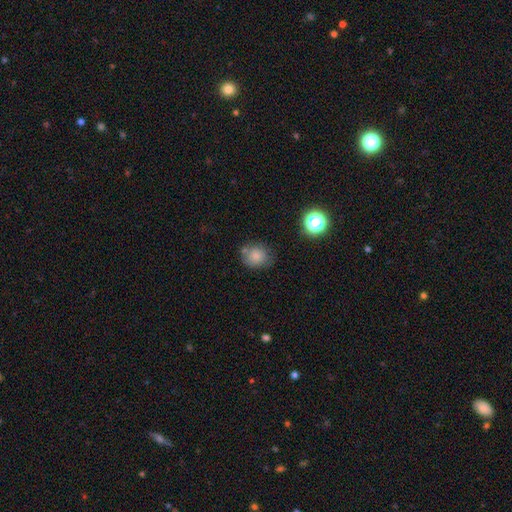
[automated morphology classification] Q: Smooth or featured?
A: smooth (80%); runner-up: star or artifact (12%)
Q: How rounded?
A: round (74%); runner-up: in between (25%)
Q: Merging?
A: none (67%); runner-up: minor disturbance (19%)